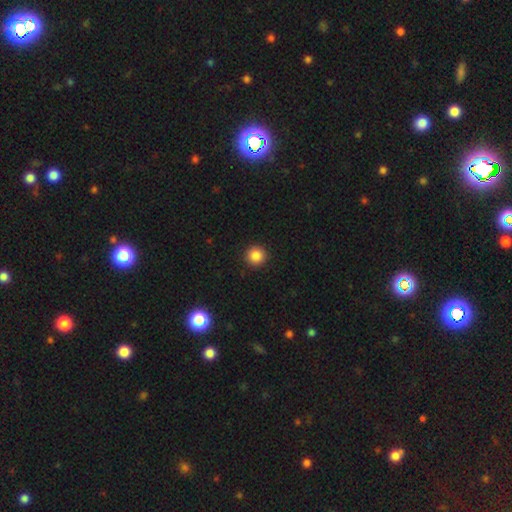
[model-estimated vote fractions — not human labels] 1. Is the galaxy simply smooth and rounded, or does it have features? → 86% smooth, 10% star or artifact, 3% featured or disk.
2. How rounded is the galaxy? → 95% round, 5% in between, 1% cigar-shaped.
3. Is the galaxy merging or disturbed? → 93% none, 5% minor disturbance, 2% major disturbance, 1% merger.